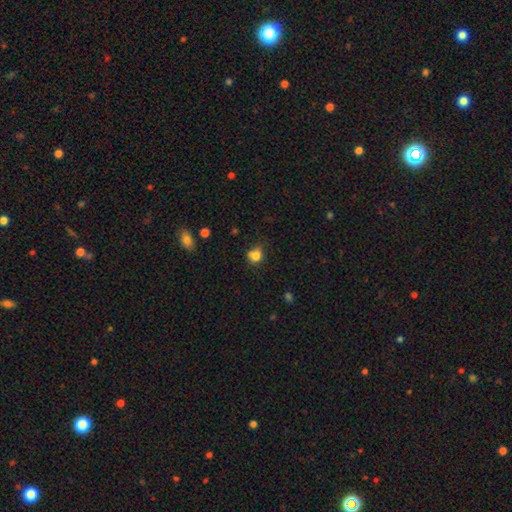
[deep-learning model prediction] smooth-or-featured: smooth: 78% | star or artifact: 12% | featured or disk: 10%
  how-rounded: round: 69% | in between: 30% | cigar-shaped: 1%
  merging: none: 48% | merger: 25% | minor disturbance: 21% | major disturbance: 7%